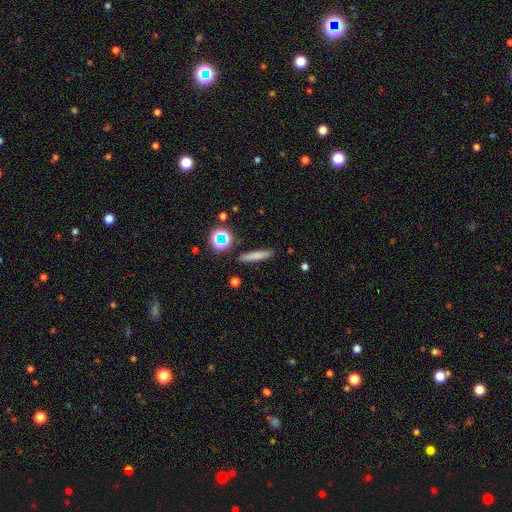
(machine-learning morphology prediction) Smooth or featured? Predicted: smooth (p=0.72). How rounded? Predicted: cigar-shaped (p=0.86). Merging? Predicted: none (p=0.86).